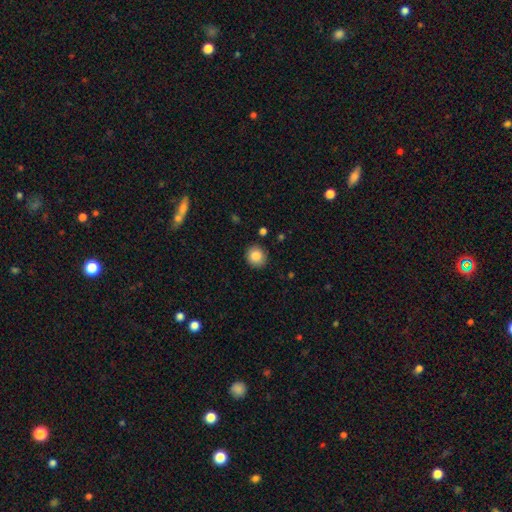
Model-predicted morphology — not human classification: smooth 86%, star or artifact 9%, featured or disk 5%. Down the decision tree: how rounded — round (89%); merging — none (89%).